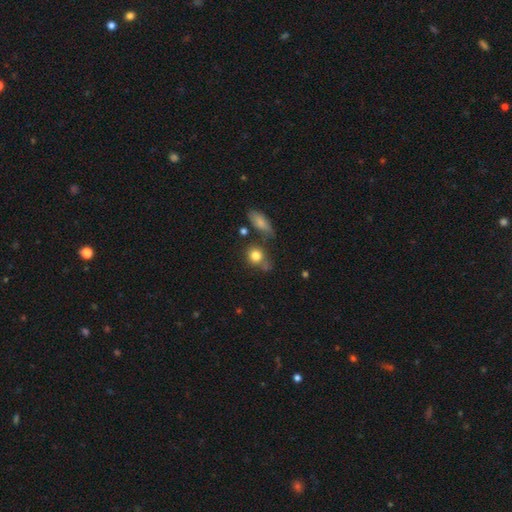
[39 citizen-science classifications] A smooth galaxy with no disk features (90%) that is round (63%).

Vote fractions:
- Smooth or featured? smooth: 90% / featured or disk: 8% / star or artifact: 3%
- How rounded? round: 63% / in between: 37% / cigar-shaped: 0%
- Merging? none: 71% / minor disturbance: 24% / major disturbance: 3% / merger: 3%